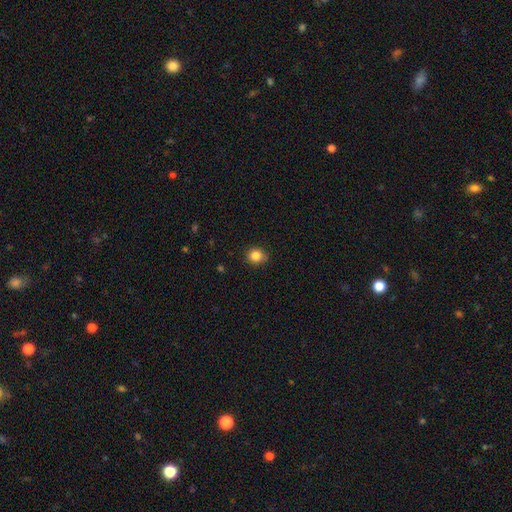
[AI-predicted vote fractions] Overall: smooth (85%). How rounded: round (80%). Merging: none (86%).